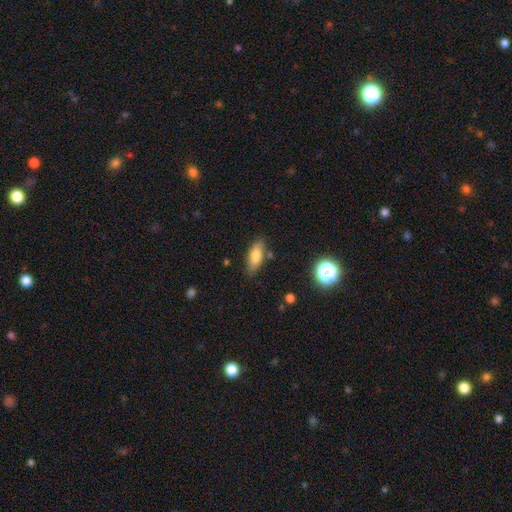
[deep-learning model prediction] Smooth or featured? Predicted: smooth (p=0.76). How rounded? Predicted: in between (p=0.76). Merging? Predicted: none (p=0.78).